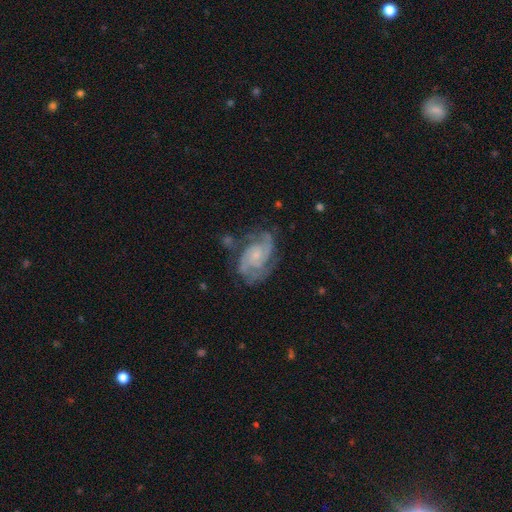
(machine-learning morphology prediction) A featured or disk galaxy (88%) with no bar (65%), 2 (58%) tight (47%) spiral arms (97%) and a small central bulge (66%).

Vote fractions:
- Smooth or featured? featured or disk: 88% / smooth: 7% / star or artifact: 6%
- Edge-on disk? no: 98% / yes: 2%
- Bar? no: 65% / weak: 29% / strong: 6%
- Spiral arms? yes: 97% / no: 3%
- Spiral winding? tight: 47% / medium: 44% / loose: 10%
- Spiral arm count? 2: 58% / 3: 20% / can't tell: 12% / 4: 4% / 1: 4% / more than 4: 3%
- Bulge size? small: 66% / moderate: 22% / none: 9% / large: 2% / dominant: 1%
- Merging? none: 66% / minor disturbance: 20% / major disturbance: 11% / merger: 3%